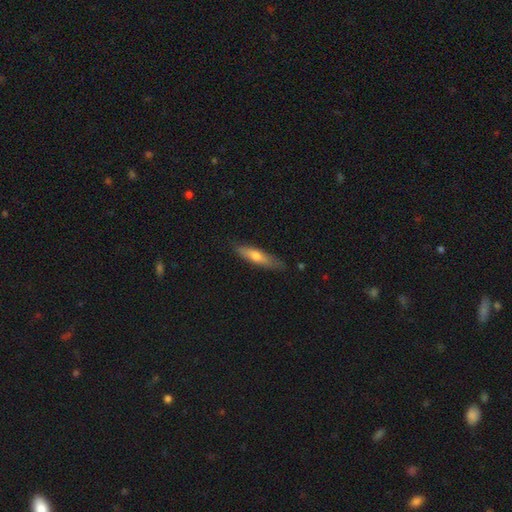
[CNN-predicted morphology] This appears to be a smooth galaxy with no disk features (60%) that is cigar-shaped (77%). Merging: none (81%).